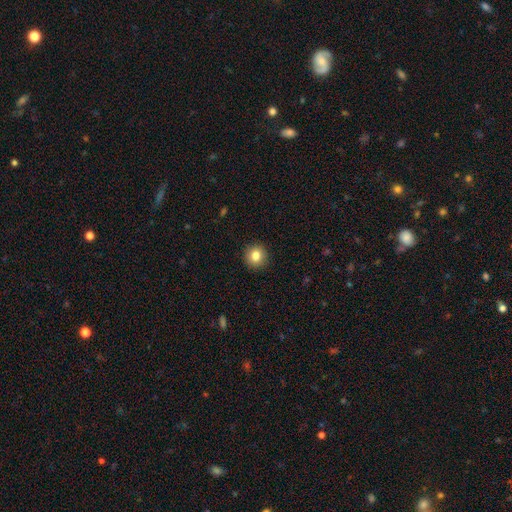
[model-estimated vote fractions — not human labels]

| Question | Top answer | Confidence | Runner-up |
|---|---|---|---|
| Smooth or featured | smooth | 84% | star or artifact (10%) |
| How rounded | round | 91% | in between (8%) |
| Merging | none | 91% | minor disturbance (6%) |